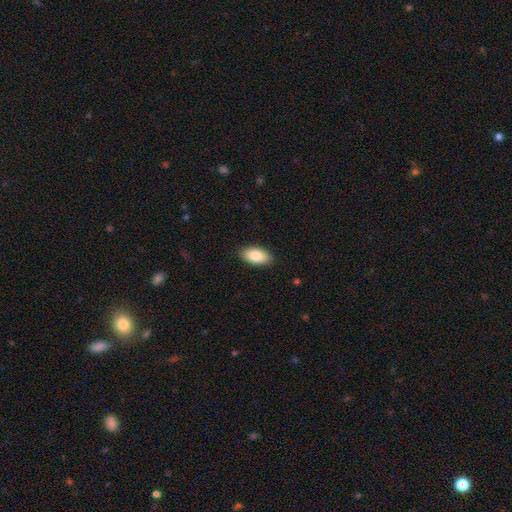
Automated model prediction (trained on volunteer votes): This appears to be a smooth galaxy with no disk features (85%) that is in between round and cigar-shaped (94%). Merging: none (89%).